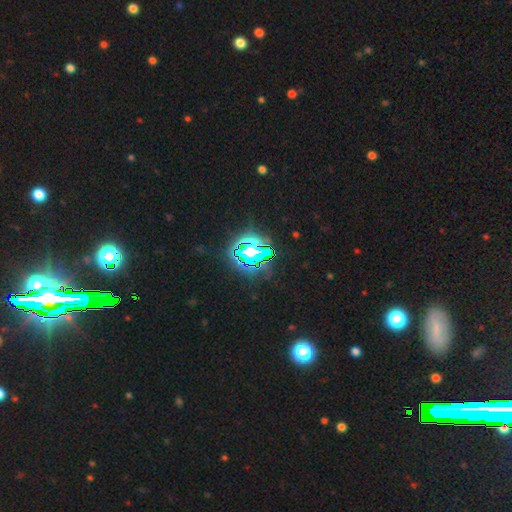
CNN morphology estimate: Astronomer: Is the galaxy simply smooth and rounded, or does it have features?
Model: star or artifact — 73%.